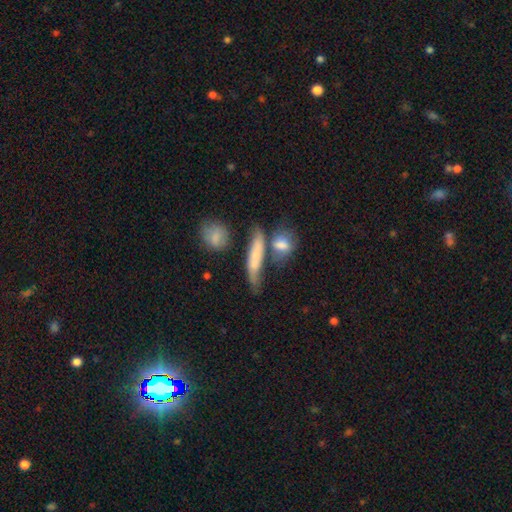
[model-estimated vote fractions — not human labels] Smooth or featured? smooth (62%)
How rounded? cigar-shaped (66%)
Merging? none (48%)